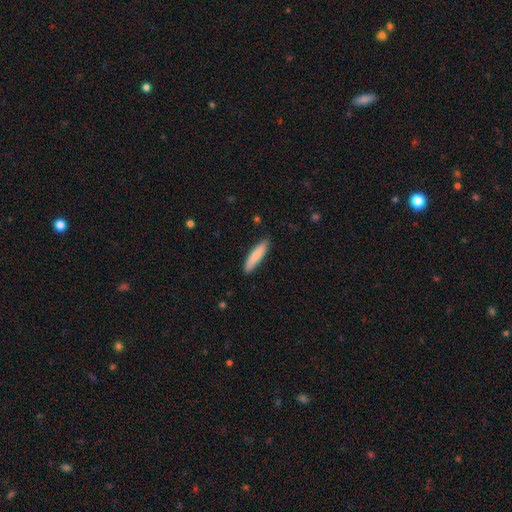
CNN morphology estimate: The model was most divided on "how rounded": cigar-shaped: 79%, in between: 20%, round: 1%. More confident: merging — none (87%); smooth or featured — smooth (83%).